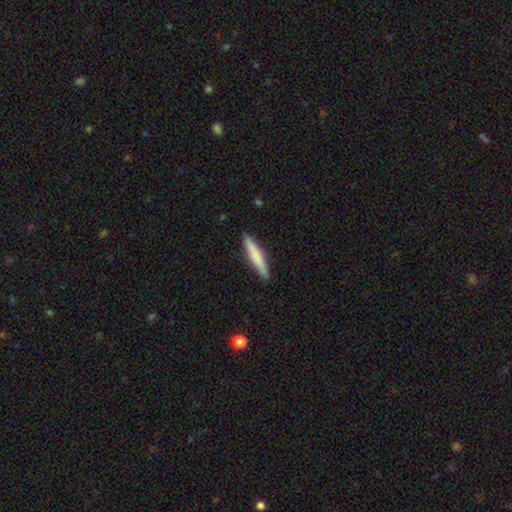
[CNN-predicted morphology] This is likely a smooth galaxy (70%). How rounded: clearly cigar-shaped (93%). Merging: clearly none (90%).